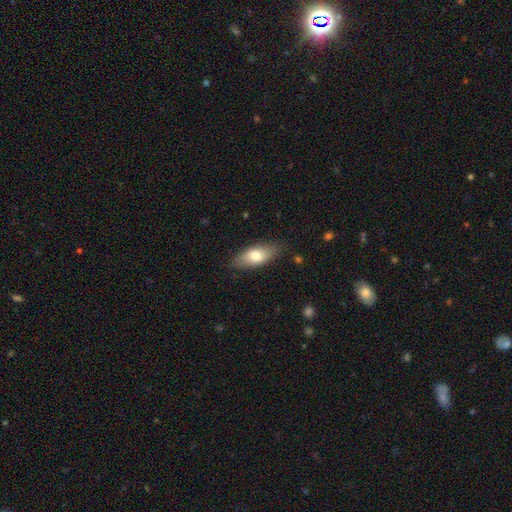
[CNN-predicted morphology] smooth_or_featured: smooth (p=0.74) [alt: featured or disk p=0.20]
how_rounded: in between (p=0.82) [alt: cigar-shaped p=0.15]
merging: none (p=0.81) [alt: minor disturbance p=0.15]